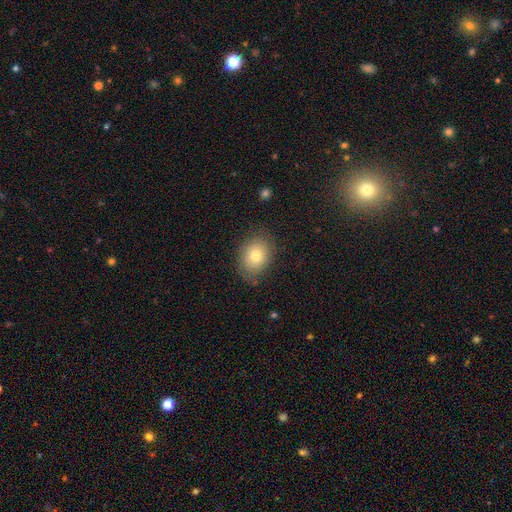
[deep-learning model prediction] smooth 75%, featured or disk 15%, star or artifact 10%. Down the decision tree: how rounded — in between (61%); merging — none (77%).